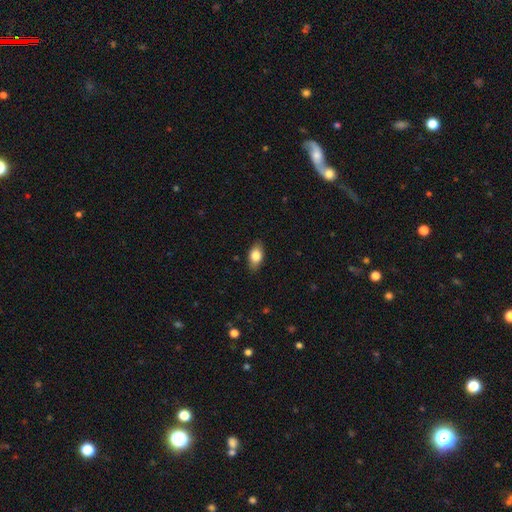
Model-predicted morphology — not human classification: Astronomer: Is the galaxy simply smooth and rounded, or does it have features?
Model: smooth — 80%.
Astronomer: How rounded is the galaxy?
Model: in between — 88%.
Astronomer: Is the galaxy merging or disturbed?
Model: none — 85%.